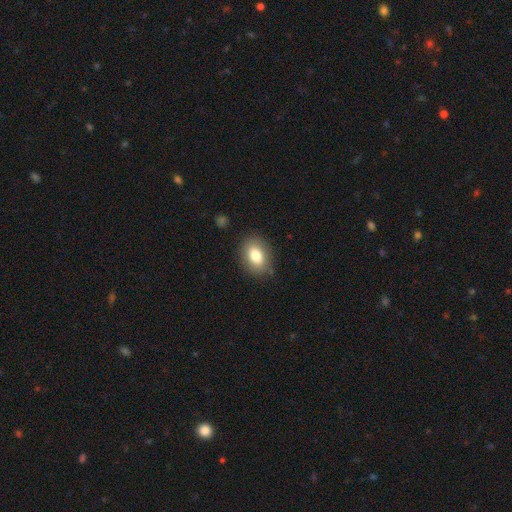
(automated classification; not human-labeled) A smooth galaxy with no disk features (80%) that is in between round and cigar-shaped (77%).

Vote fractions:
- Smooth or featured? smooth: 80% / featured or disk: 12% / star or artifact: 8%
- How rounded? in between: 77% / round: 21% / cigar-shaped: 1%
- Merging? none: 84% / minor disturbance: 12% / major disturbance: 3% / merger: 1%